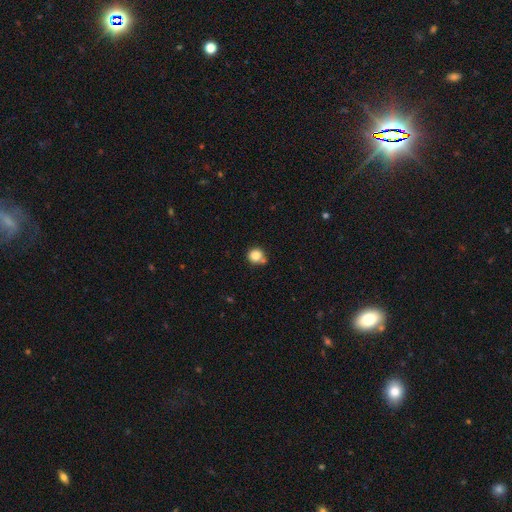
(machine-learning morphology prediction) A smooth galaxy with no disk features (84%) that is round (89%). Merging: none (61%).